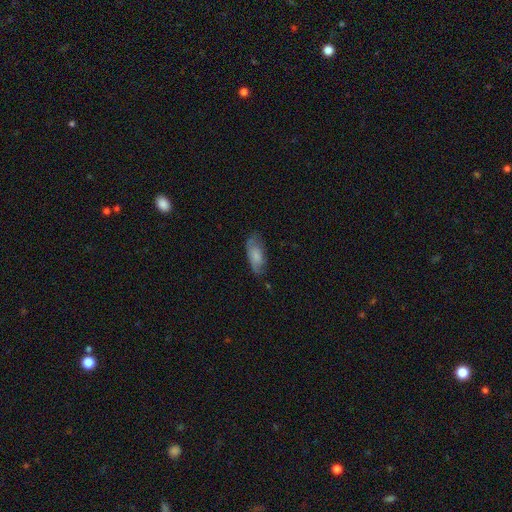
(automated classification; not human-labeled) This appears to be a smooth galaxy with no disk features (70%) that is in between round and cigar-shaped (83%). Merging: none (61%).